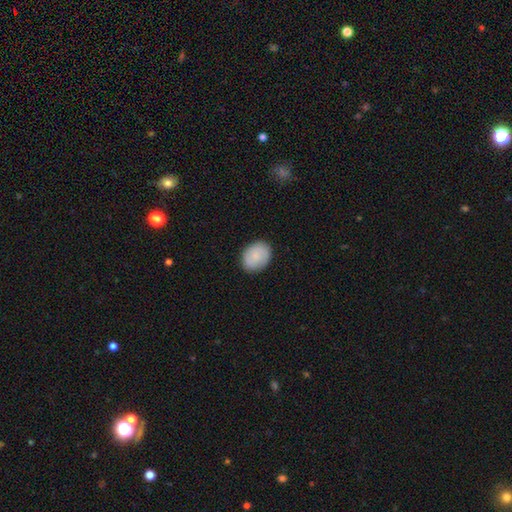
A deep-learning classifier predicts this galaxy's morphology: Smooth or featured: smooth — 81% (featured or disk — 12%)
How rounded: in between — 56% (round — 43%)
Merging: none — 86% (minor disturbance — 10%)